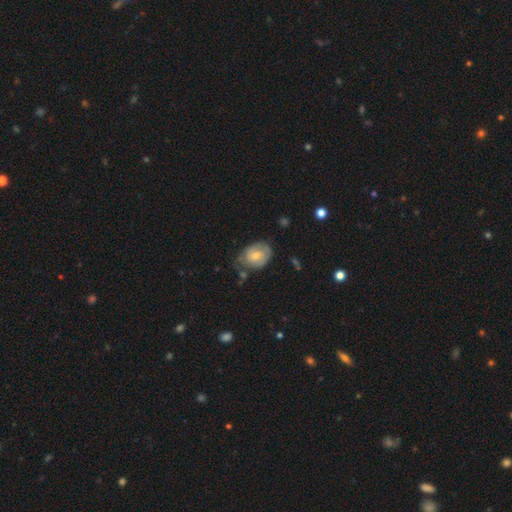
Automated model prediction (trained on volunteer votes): Smooth or featured? smooth (56%)
How rounded? in between (68%)
Merging? none (50%)